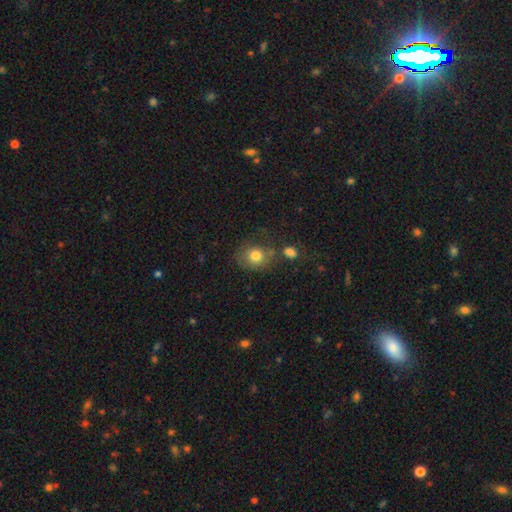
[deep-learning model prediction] Q: Smooth or featured?
A: smooth (78%); runner-up: featured or disk (12%)
Q: How rounded?
A: round (72%); runner-up: in between (27%)
Q: Merging?
A: none (57%); runner-up: minor disturbance (19%)